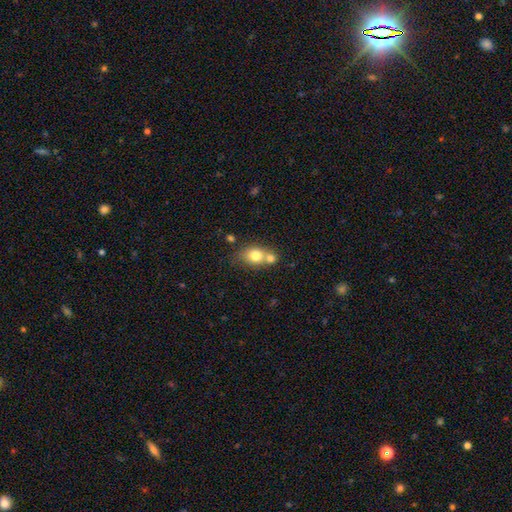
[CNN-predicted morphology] Q: Smooth or featured?
A: smooth (76%); runner-up: featured or disk (14%)
Q: How rounded?
A: in between (52%); runner-up: round (47%)
Q: Merging?
A: merger (46%); runner-up: none (40%)